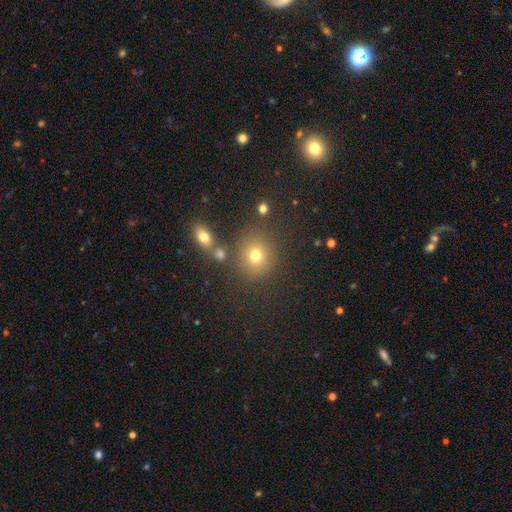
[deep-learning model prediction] A smooth galaxy with no disk features (72%) that is round (81%). Merging: none (76%).